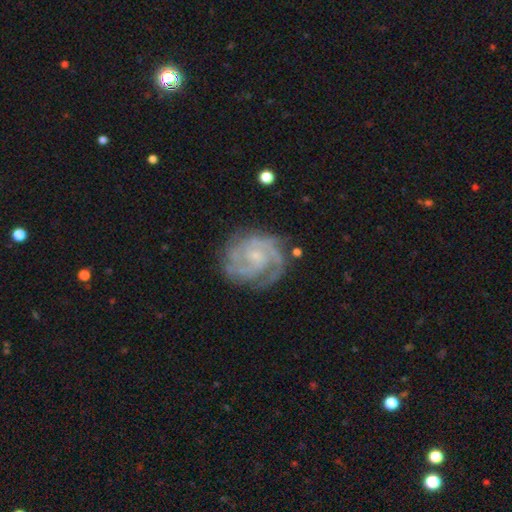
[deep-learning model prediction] Q: Smooth or featured?
A: featured or disk (88%); runner-up: smooth (6%)
Q: Edge-on disk?
A: no (98%); runner-up: yes (2%)
Q: Bar?
A: no (67%); runner-up: weak (28%)
Q: Spiral arms?
A: yes (97%); runner-up: no (3%)
Q: Spiral winding?
A: tight (62%); runner-up: medium (33%)
Q: Spiral arm count?
A: 2 (37%); runner-up: 3 (31%)
Q: Bulge size?
A: small (76%); runner-up: moderate (15%)
Q: Merging?
A: none (73%); runner-up: minor disturbance (18%)